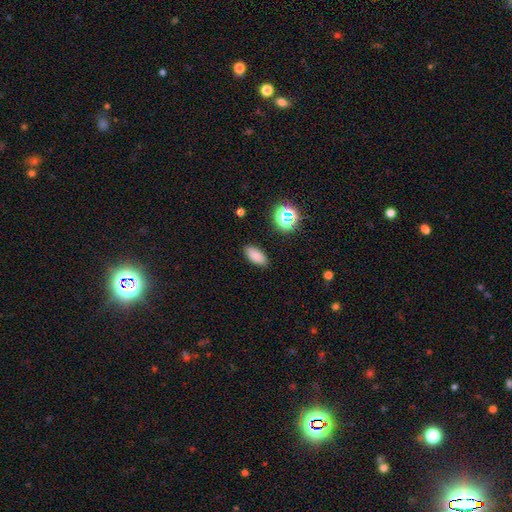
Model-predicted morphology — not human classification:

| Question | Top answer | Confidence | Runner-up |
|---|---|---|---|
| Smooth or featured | smooth | 83% | star or artifact (12%) |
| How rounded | in between | 88% | cigar-shaped (8%) |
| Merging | none | 88% | minor disturbance (8%) |